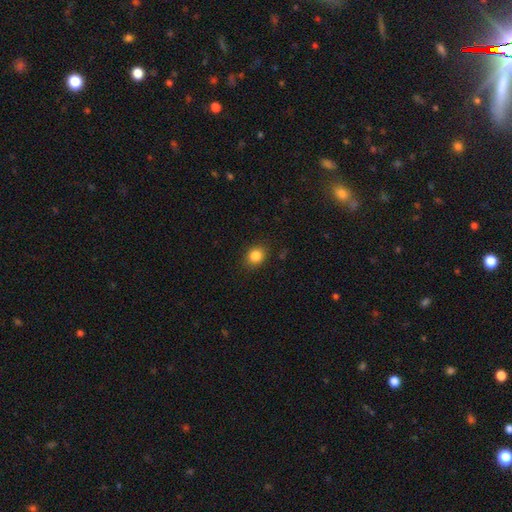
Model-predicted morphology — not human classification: Smooth or featured? Predicted: smooth (p=0.85). How rounded? Predicted: round (p=0.64). Merging? Predicted: none (p=0.87).